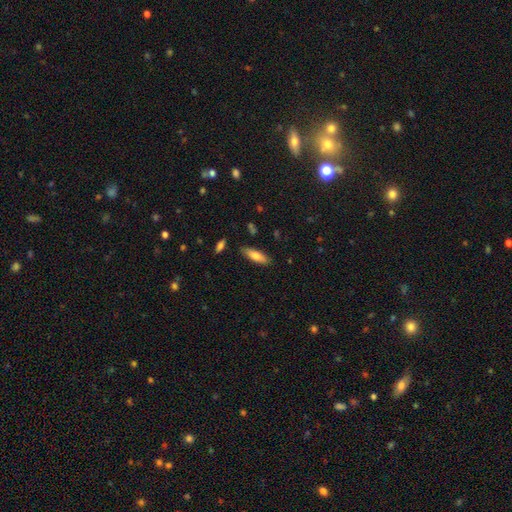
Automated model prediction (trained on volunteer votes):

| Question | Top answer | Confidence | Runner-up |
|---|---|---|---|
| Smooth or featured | smooth | 76% | featured or disk (17%) |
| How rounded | in between | 53% | cigar-shaped (45%) |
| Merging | none | 84% | minor disturbance (11%) |